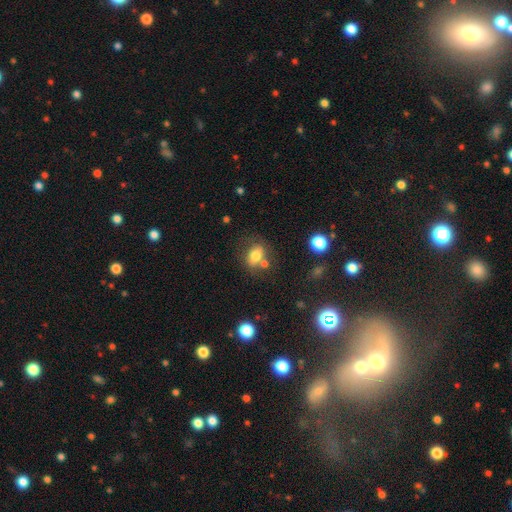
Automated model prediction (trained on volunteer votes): A smooth galaxy with no disk features (73%) that is in between round and cigar-shaped (69%). Merging: none (55%).